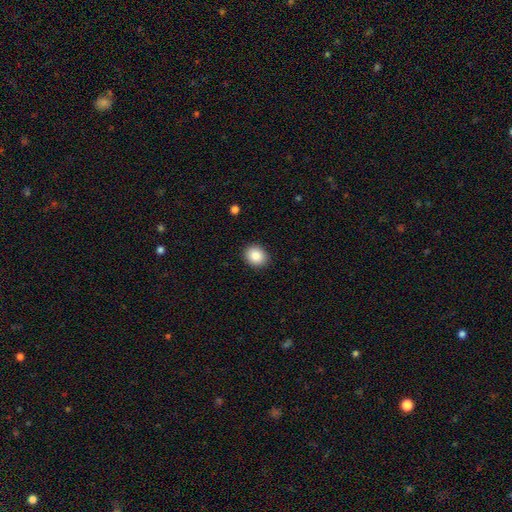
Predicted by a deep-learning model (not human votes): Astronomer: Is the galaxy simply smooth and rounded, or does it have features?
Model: smooth — 87%.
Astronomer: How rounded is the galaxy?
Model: round — 63%.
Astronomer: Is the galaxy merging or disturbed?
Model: none — 91%.